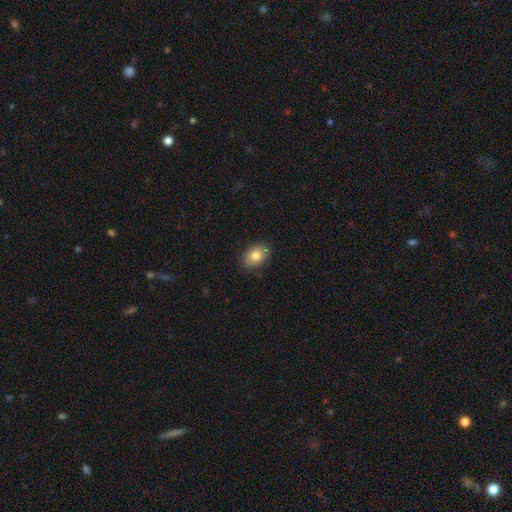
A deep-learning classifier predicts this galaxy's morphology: Smooth or featured? Predicted: smooth (p=0.80). How rounded? Predicted: in between (p=0.80). Merging? Predicted: none (p=0.86).